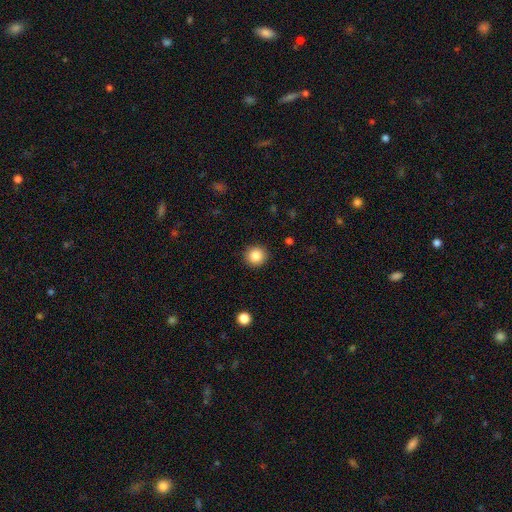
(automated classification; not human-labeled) smooth-or-featured: smooth: 85% | star or artifact: 10% | featured or disk: 5%
  how-rounded: round: 93% | in between: 6% | cigar-shaped: 1%
  merging: none: 92% | minor disturbance: 5% | major disturbance: 2% | merger: 1%